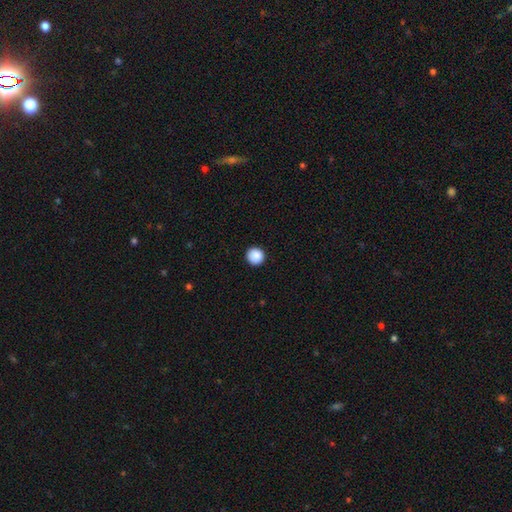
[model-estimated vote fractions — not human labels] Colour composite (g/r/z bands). It shows a smooth galaxy with no disk features (89%) that is round (95%). Merging: none (93%).